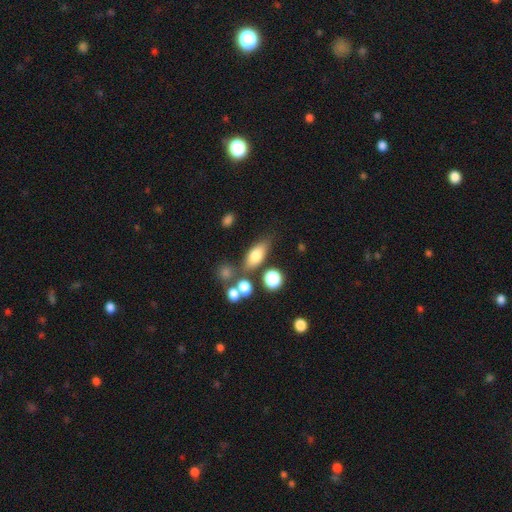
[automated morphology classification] This appears to be a smooth galaxy with no disk features (73%) that is in between round and cigar-shaped (73%). Merging: none (66%).